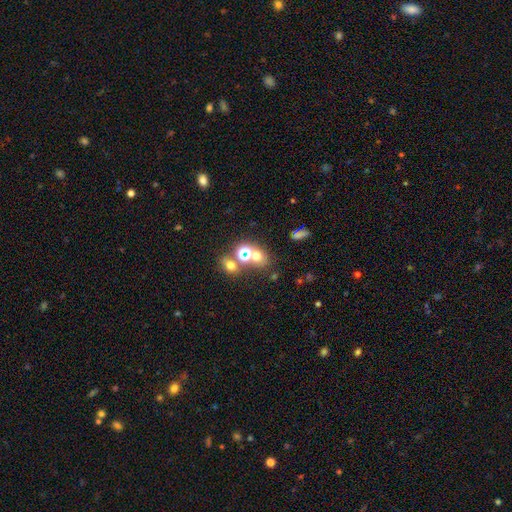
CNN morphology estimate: A smooth galaxy with no disk features (55%) that is round (59%).

Vote fractions:
- Smooth or featured? smooth: 55% / star or artifact: 33% / featured or disk: 12%
- How rounded? round: 59% / in between: 40% / cigar-shaped: 1%
- Merging? none: 57% / merger: 30% / minor disturbance: 9% / major disturbance: 5%